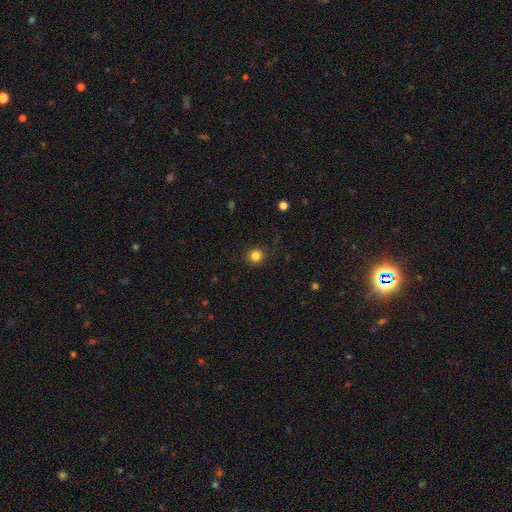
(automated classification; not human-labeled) Smooth or featured?
  - smooth: 83% *
  - star or artifact: 13%
  - featured or disk: 4%
How rounded?
  - round: 93% *
  - in between: 6%
  - cigar-shaped: 1%
Merging?
  - none: 90% *
  - minor disturbance: 7%
  - major disturbance: 2%
  - merger: 1%